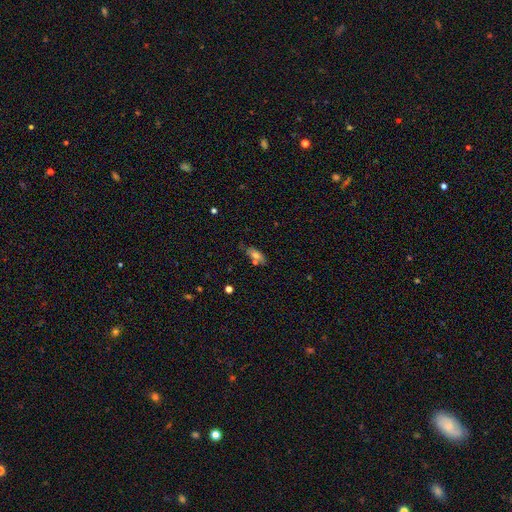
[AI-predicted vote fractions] Smooth or featured? smooth (68%)
How rounded? in between (80%)
Merging? none (64%)